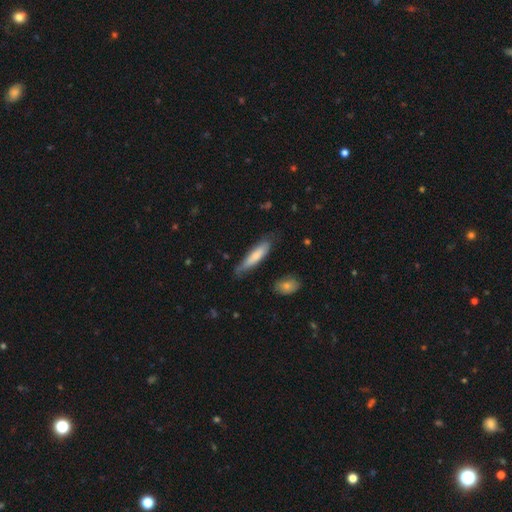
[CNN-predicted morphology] This appears to be a smooth galaxy with no disk features (70%) that is cigar-shaped (75%). Merging: none (65%).